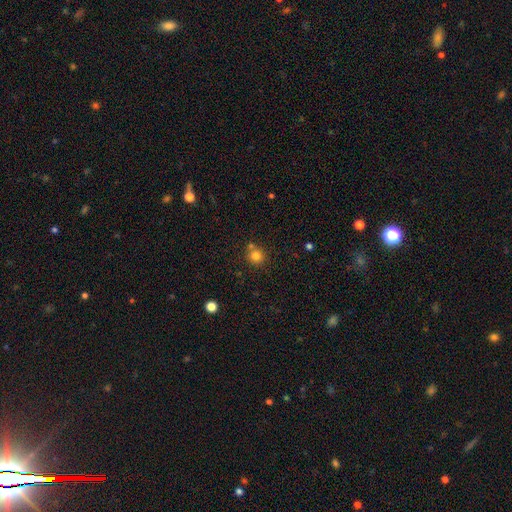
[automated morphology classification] This appears to be a smooth galaxy with no disk features (80%) that is round (92%). Merging: none (70%).